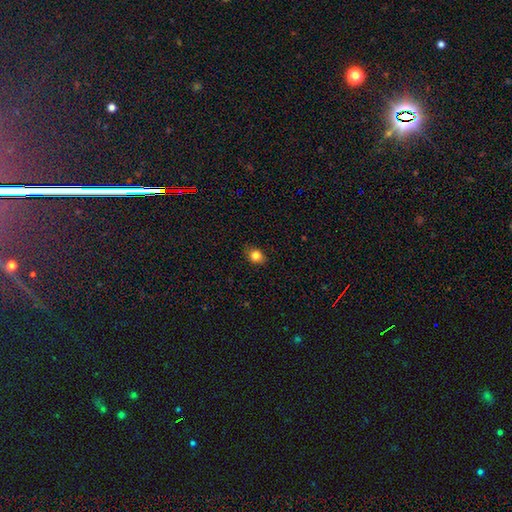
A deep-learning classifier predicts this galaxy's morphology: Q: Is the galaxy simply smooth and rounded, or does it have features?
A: smooth — 82%.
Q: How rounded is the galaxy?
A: round — 54%.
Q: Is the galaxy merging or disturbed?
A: none — 81%.